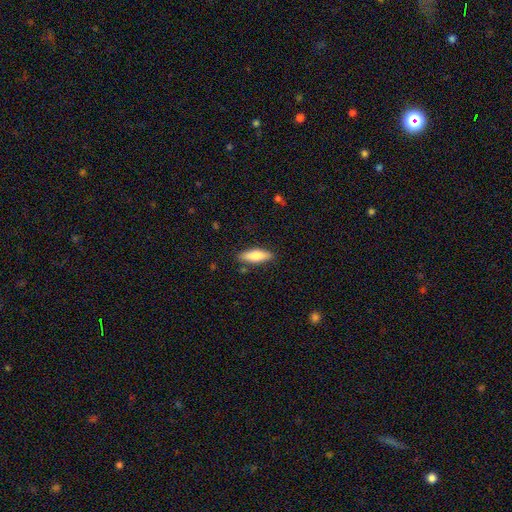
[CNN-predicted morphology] This appears to be a smooth galaxy with no disk features (76%) that is in between round and cigar-shaped (53%). Merging: none (84%).